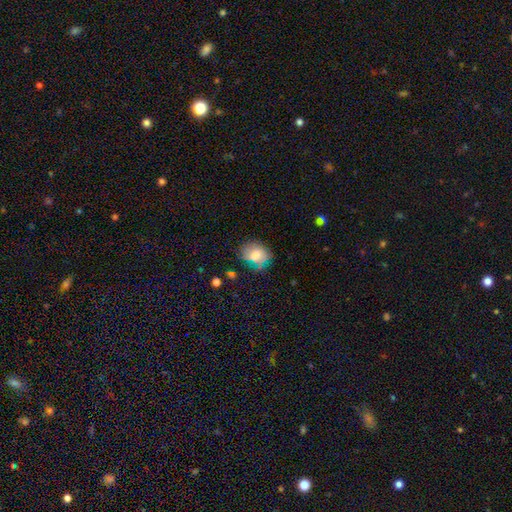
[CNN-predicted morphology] type=smooth (77%); roundness=in between (55%); merging=none (65%).